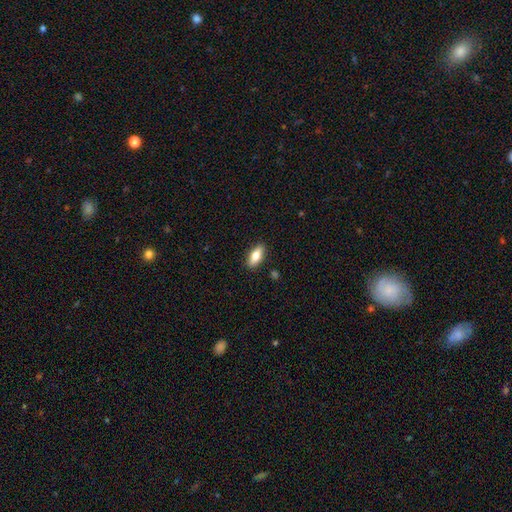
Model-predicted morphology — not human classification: Overall: smooth (74%). How rounded: in between (80%). Merging: none (89%).